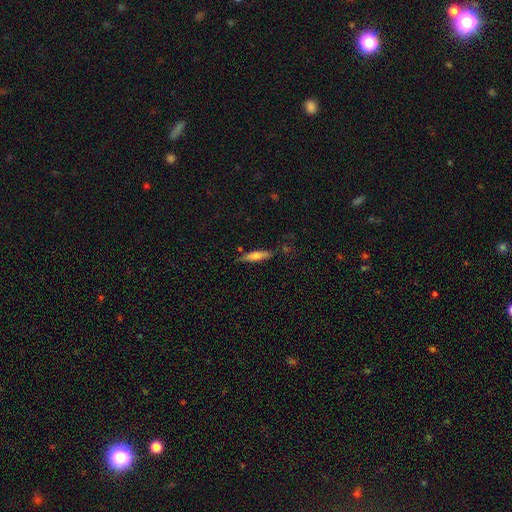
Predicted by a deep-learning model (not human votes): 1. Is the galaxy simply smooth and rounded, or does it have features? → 64% smooth, 29% featured or disk, 7% star or artifact.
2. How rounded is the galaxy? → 72% cigar-shaped, 26% in between, 2% round.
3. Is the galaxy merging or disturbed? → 76% none, 17% minor disturbance, 4% major disturbance, 3% merger.